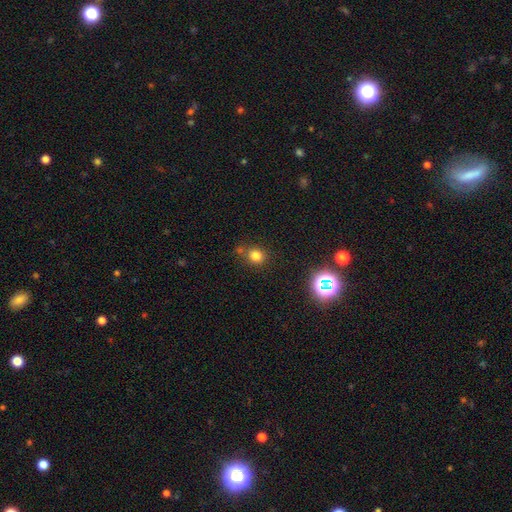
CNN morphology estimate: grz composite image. It shows a smooth galaxy with no disk features (78%) that is round (80%). Merging: none (72%).